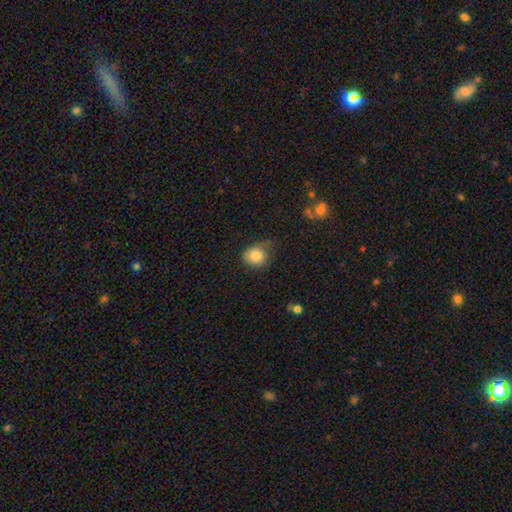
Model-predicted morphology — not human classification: smooth-or-featured: smooth: 83% | star or artifact: 9% | featured or disk: 8%
  how-rounded: round: 69% | in between: 30% | cigar-shaped: 1%
  merging: none: 49% | minor disturbance: 36% | major disturbance: 13% | merger: 2%